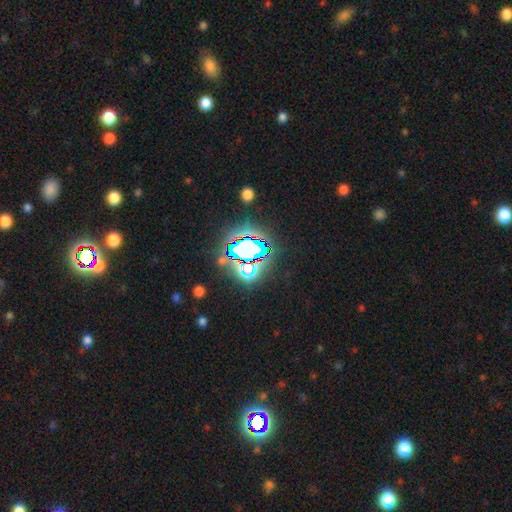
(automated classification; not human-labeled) smooth_or_featured: star or artifact (p=0.70) [alt: smooth p=0.17]